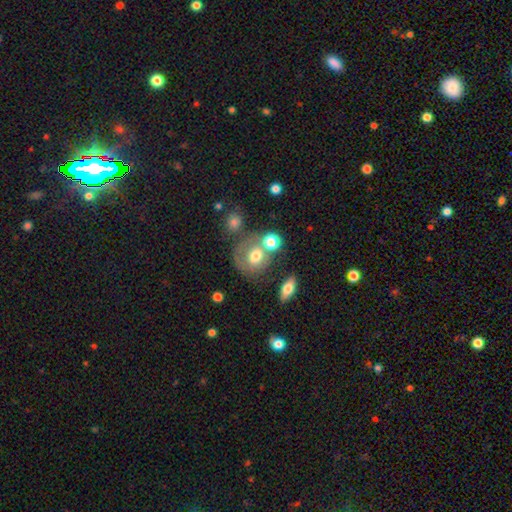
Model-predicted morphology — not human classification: Smooth or featured?
  - smooth: 60% *
  - featured or disk: 28%
  - star or artifact: 11%
How rounded?
  - round: 73% *
  - in between: 26%
  - cigar-shaped: 1%
Merging?
  - none: 48% *
  - merger: 24%
  - minor disturbance: 17%
  - major disturbance: 11%